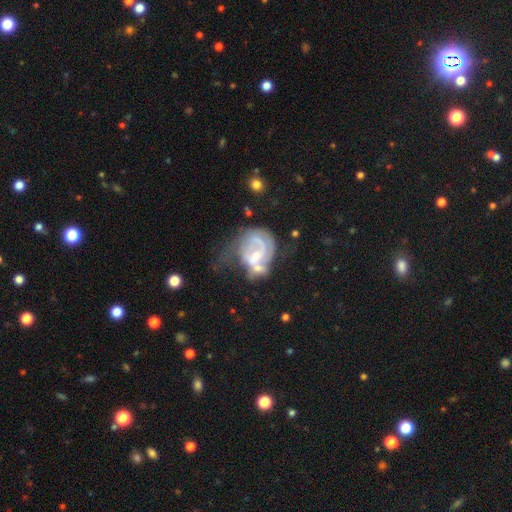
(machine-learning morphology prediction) smooth_or_featured: featured or disk (p=0.77) [alt: smooth p=0.16]
disk_edge_on: no (p=0.98) [alt: yes p=0.02]
bar: no (p=0.49) [alt: weak p=0.40]
has_spiral_arms: yes (p=0.79) [alt: no p=0.21]
spiral_winding: medium (p=0.41) [alt: tight p=0.36]
spiral_arm_count: 2 (p=0.46) [alt: can't tell p=0.25]
bulge_size: small (p=0.54) [alt: moderate p=0.38]
merging: merger (p=0.31) [alt: major disturbance p=0.28]